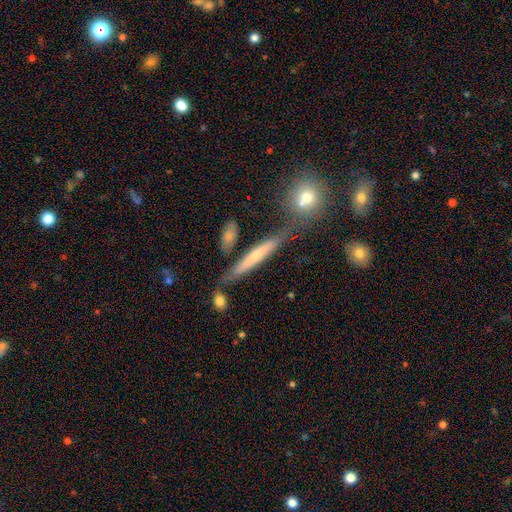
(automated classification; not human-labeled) This appears to be a featured or disk galaxy (46%, tied with smooth). Merging: none (68%).